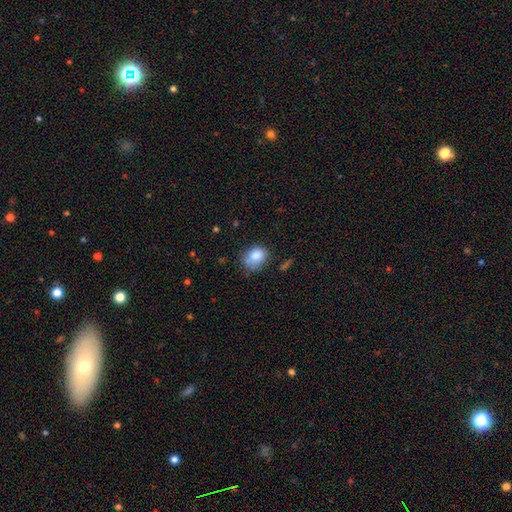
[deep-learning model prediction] This appears to be a smooth galaxy with no disk features (82%) that is in between round and cigar-shaped (55%). Merging: none (58%).